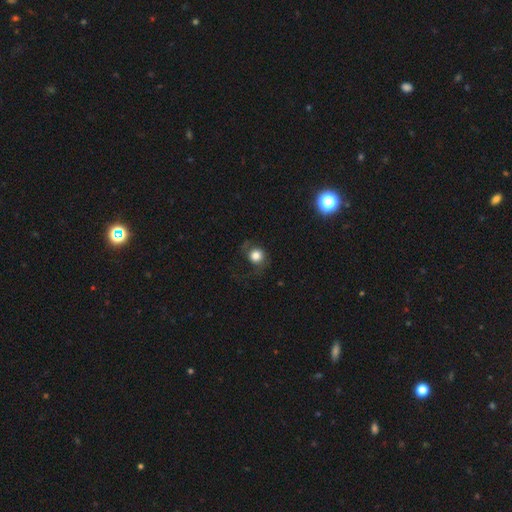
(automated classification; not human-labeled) Smooth or featured? Predicted: smooth (p=0.77). How rounded? Predicted: round (p=0.88). Merging? Predicted: none (p=0.60).